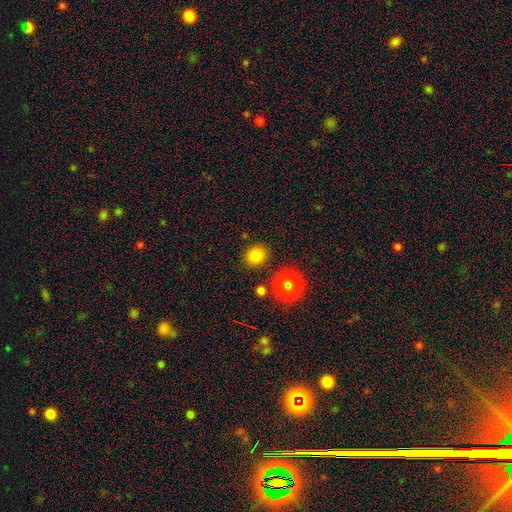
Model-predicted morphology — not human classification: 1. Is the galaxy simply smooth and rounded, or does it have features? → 79% smooth, 16% star or artifact, 5% featured or disk.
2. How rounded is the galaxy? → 75% round, 24% in between, 1% cigar-shaped.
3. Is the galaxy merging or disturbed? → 86% none, 8% minor disturbance, 3% merger, 3% major disturbance.